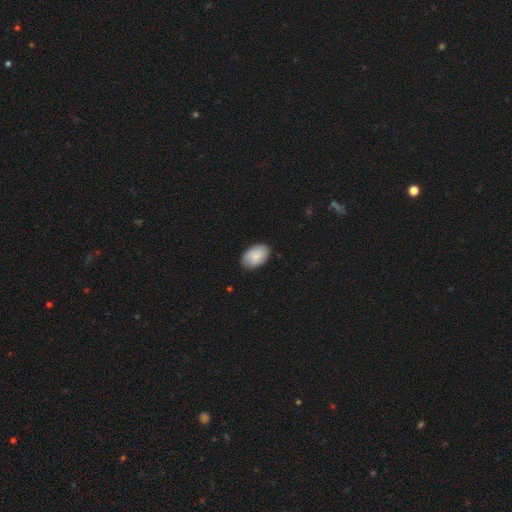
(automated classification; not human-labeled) Smooth or featured: smooth — 85% (featured or disk — 8%)
How rounded: in between — 91% (round — 7%)
Merging: none — 85% (minor disturbance — 12%)